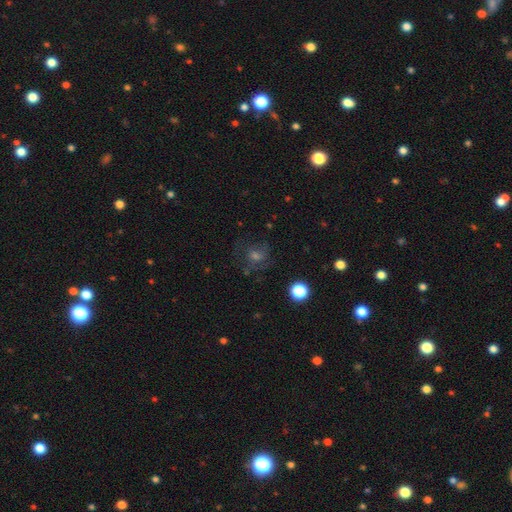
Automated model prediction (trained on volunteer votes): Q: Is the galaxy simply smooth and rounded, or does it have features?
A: featured or disk — 43%.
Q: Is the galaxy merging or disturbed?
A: none — 67%.